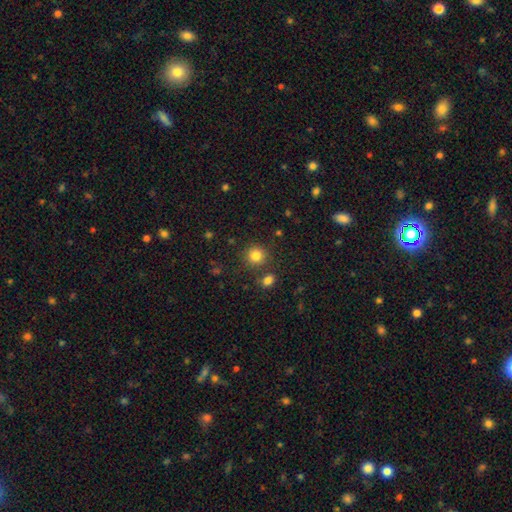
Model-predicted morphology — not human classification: The model was most divided on "smooth or featured": smooth: 82%, star or artifact: 12%, featured or disk: 5%. More confident: how rounded — round (90%); merging — none (81%).